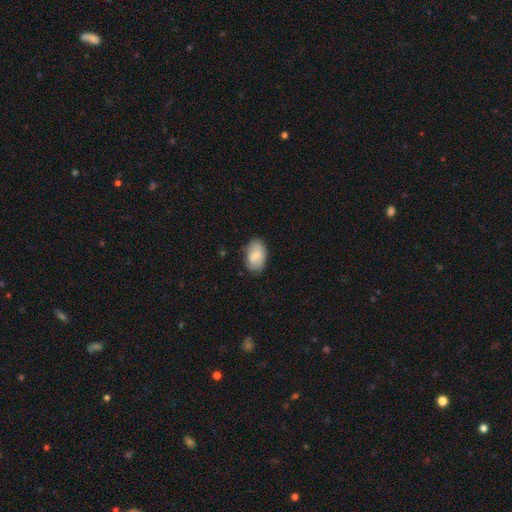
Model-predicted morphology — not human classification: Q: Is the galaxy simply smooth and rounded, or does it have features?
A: smooth — 76%.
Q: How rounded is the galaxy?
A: in between — 90%.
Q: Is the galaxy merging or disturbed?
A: none — 74%.